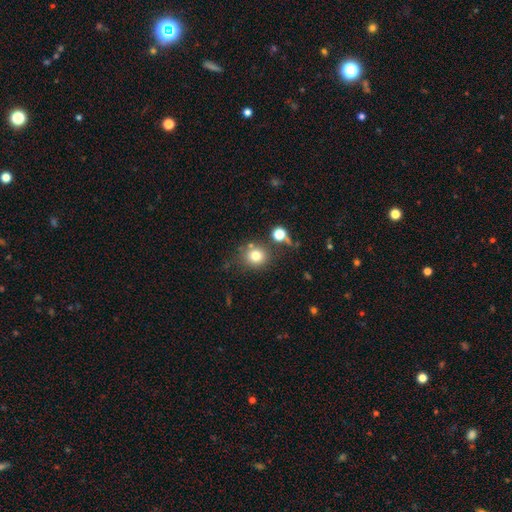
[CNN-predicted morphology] This is likely a smooth galaxy (77%). How rounded: clearly round (85%). Merging: likely none (71%).